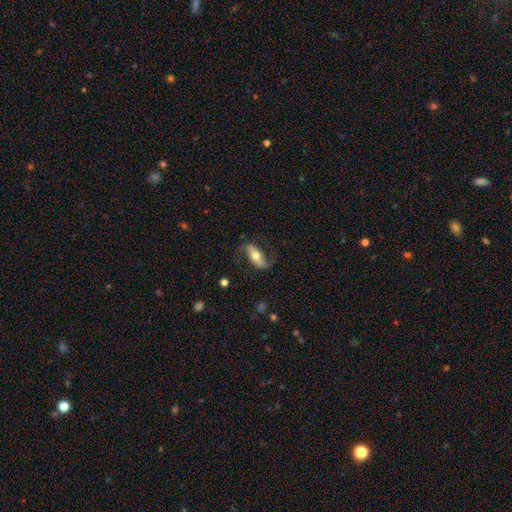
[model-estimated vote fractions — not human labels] Smooth or featured?
  - featured or disk: 52% *
  - smooth: 42%
  - star or artifact: 6%
Edge-on disk?
  - no: 68% *
  - yes: 32%
Merging?
  - none: 72% *
  - minor disturbance: 19%
  - major disturbance: 8%
  - merger: 1%